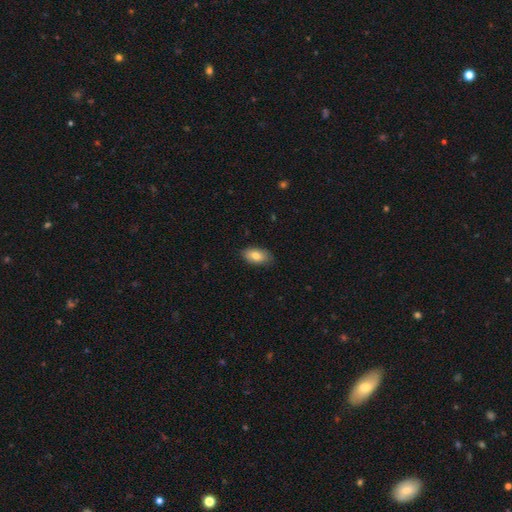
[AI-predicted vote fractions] Smooth or featured: smooth — 80% (featured or disk — 13%)
How rounded: in between — 92% (round — 5%)
Merging: none — 82% (minor disturbance — 15%)